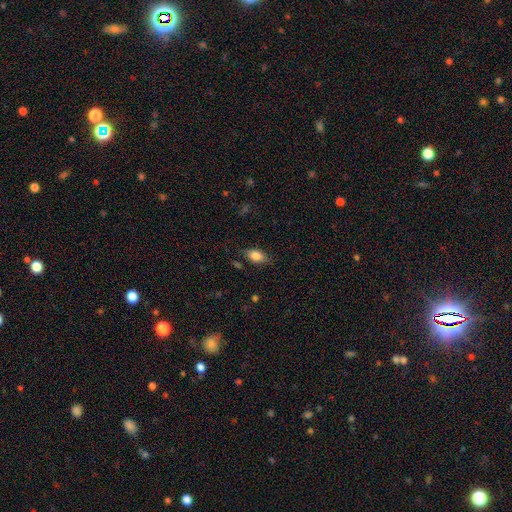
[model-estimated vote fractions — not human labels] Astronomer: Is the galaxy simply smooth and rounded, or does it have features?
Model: smooth — 78%.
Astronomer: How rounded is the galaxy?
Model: in between — 84%.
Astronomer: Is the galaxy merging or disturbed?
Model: none — 77%.